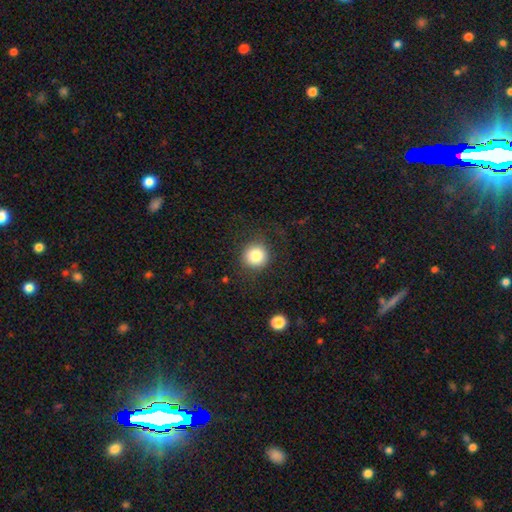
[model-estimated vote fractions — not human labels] Smooth or featured? Predicted: smooth (p=0.83). How rounded? Predicted: round (p=0.94). Merging? Predicted: none (p=0.85).